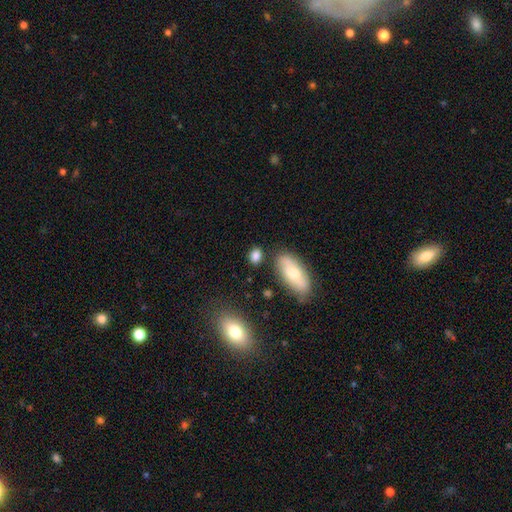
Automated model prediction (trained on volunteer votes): Smooth or featured?
  - smooth: 81% *
  - star or artifact: 10%
  - featured or disk: 9%
How rounded?
  - in between: 68% *
  - round: 27%
  - cigar-shaped: 5%
Merging?
  - none: 74% *
  - minor disturbance: 14%
  - merger: 8%
  - major disturbance: 4%